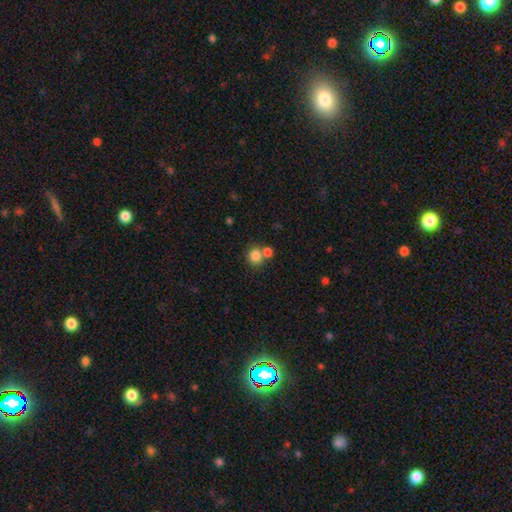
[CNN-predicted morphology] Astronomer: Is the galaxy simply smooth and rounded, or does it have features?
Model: smooth — 82%.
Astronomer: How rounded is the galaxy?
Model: round — 80%.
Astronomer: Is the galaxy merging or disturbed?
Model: none — 53% (runner-up: merger, 35%).